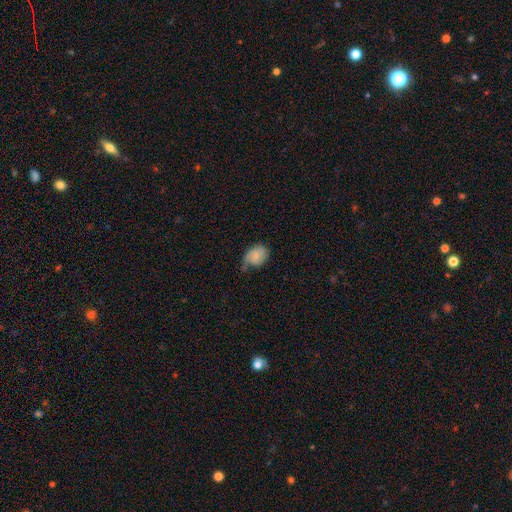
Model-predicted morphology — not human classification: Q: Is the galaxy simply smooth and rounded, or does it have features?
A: smooth — 63%.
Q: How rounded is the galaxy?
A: in between — 60%.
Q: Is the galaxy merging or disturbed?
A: minor disturbance — 42%.